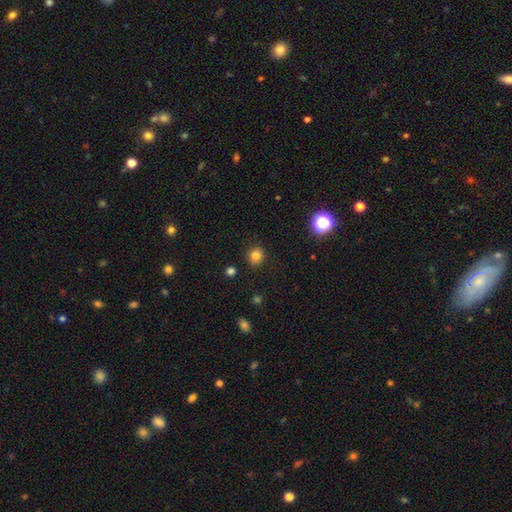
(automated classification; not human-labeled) smooth 81%, star or artifact 14%, featured or disk 6%. Down the decision tree: how rounded — round (83%); merging — none (89%).